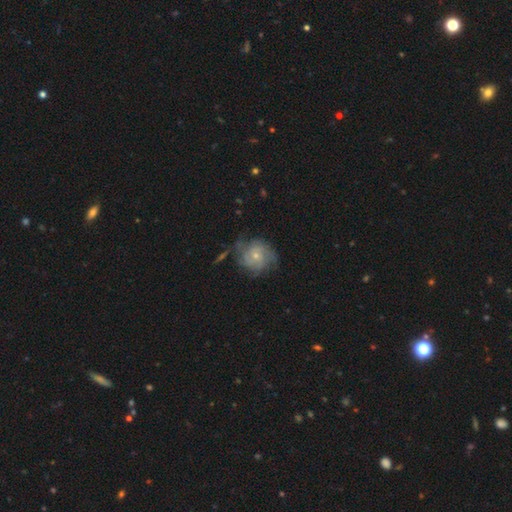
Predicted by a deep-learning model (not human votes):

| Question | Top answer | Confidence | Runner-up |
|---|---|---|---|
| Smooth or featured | featured or disk | 66% | smooth (26%) |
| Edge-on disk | no | 97% | yes (3%) |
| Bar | no | 79% | weak (19%) |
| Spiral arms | yes | 86% | no (14%) |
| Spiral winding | tight | 51% | medium (35%) |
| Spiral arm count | can't tell | 40% | 3 (19%) |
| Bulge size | small | 67% | moderate (28%) |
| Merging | none | 59% | minor disturbance (24%) |